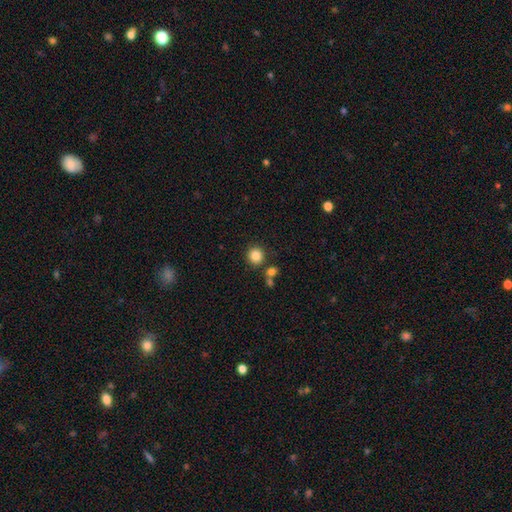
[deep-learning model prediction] Q: Smooth or featured?
A: smooth (85%); runner-up: star or artifact (10%)
Q: How rounded?
A: round (90%); runner-up: in between (9%)
Q: Merging?
A: none (80%); runner-up: merger (9%)